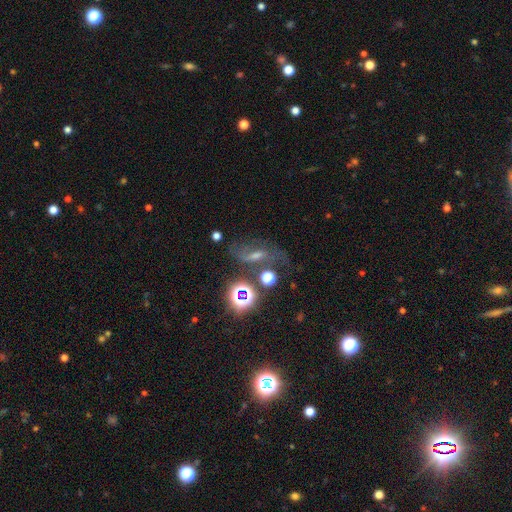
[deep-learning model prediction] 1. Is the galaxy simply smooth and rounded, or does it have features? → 47% featured or disk, 31% star or artifact, 22% smooth.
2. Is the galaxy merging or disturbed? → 58% none, 19% minor disturbance, 16% major disturbance, 7% merger.